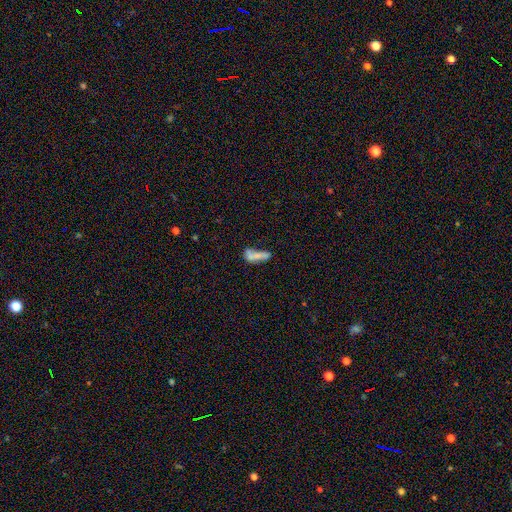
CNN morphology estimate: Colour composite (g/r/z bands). It shows a smooth galaxy with no disk features (64%) that is in between round and cigar-shaped (61%). Merging: merger (36%).